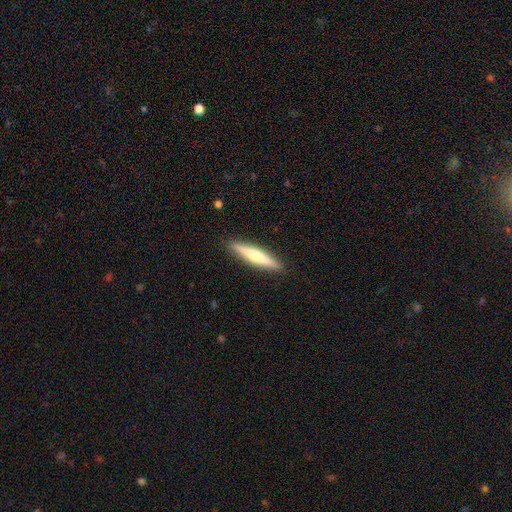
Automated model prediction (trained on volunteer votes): Smooth or featured? Predicted: featured or disk (p=0.52). Edge-on disk? Predicted: yes (p=0.97). Edge-on bulge? Predicted: rounded (p=0.76). Merging? Predicted: none (p=0.91).